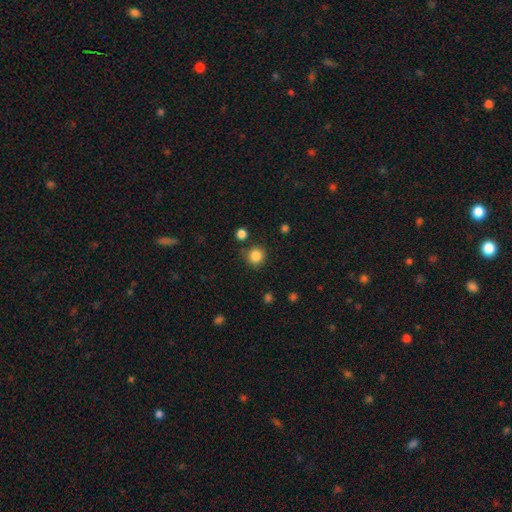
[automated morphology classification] Smooth or featured? Predicted: smooth (p=0.85). How rounded? Predicted: round (p=0.93). Merging? Predicted: none (p=0.84).